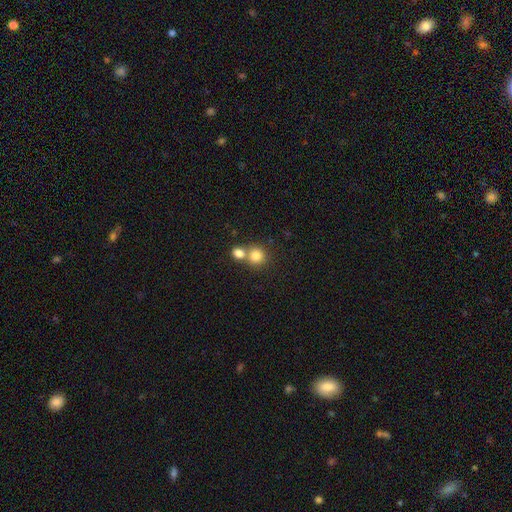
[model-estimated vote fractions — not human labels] Morphology: type=smooth (82%); roundness=round (88%); merging=none (49%).